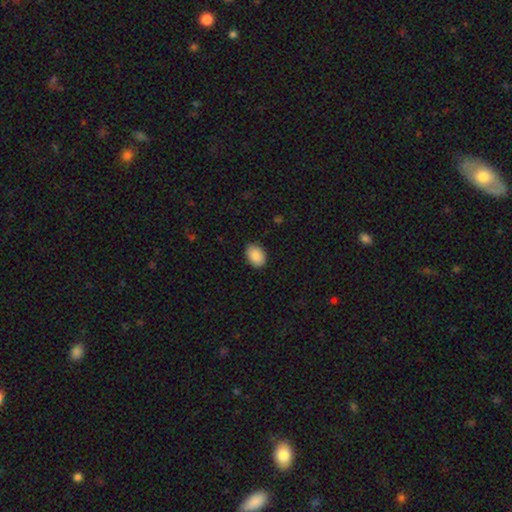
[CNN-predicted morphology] smooth 89%, star or artifact 7%, featured or disk 4%. Down the decision tree: how rounded — in between (82%); merging — none (88%).